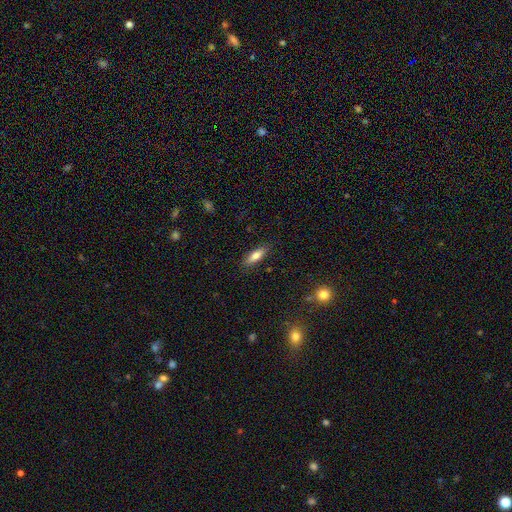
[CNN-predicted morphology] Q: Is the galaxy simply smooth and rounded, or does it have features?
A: smooth — 76%.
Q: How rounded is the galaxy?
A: in between — 55%.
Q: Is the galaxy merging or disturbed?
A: none — 86%.